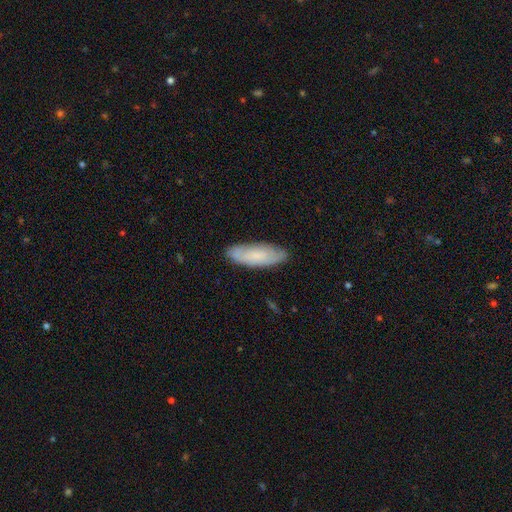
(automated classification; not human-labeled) A smooth galaxy with no disk features (64%) that is in between round and cigar-shaped (61%). Merging: none (81%).